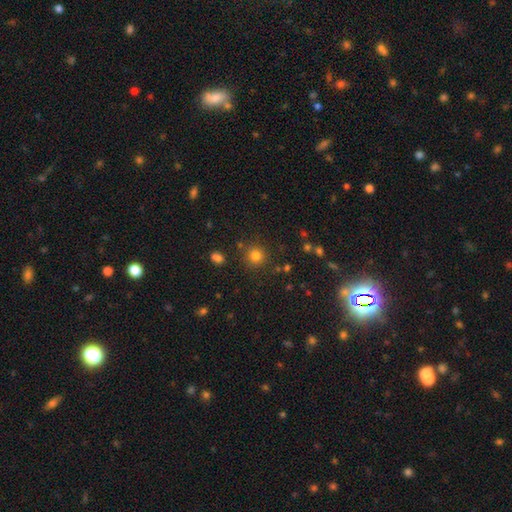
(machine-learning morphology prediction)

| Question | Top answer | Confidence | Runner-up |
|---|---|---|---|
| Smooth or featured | smooth | 80% | star or artifact (15%) |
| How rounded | round | 93% | in between (7%) |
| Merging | none | 85% | minor disturbance (8%) |